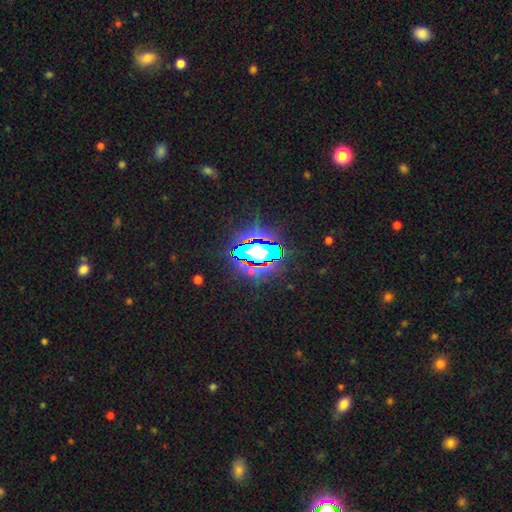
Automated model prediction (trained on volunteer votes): Smooth or featured?
  - star or artifact: 80% *
  - smooth: 11%
  - featured or disk: 8%